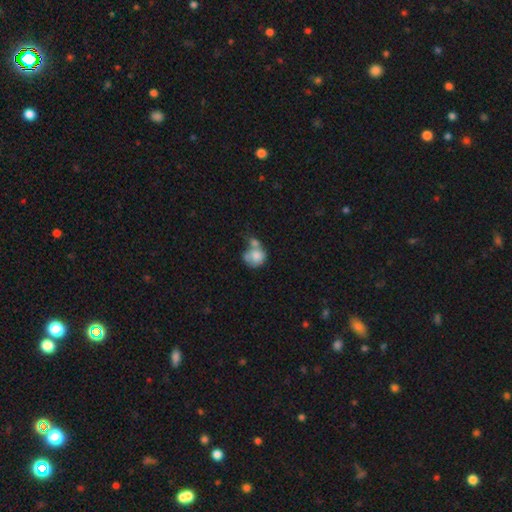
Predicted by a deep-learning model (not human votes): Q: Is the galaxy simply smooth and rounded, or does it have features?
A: smooth — 73%.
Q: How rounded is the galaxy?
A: round — 74%.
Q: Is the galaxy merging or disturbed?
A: merger — 51%.